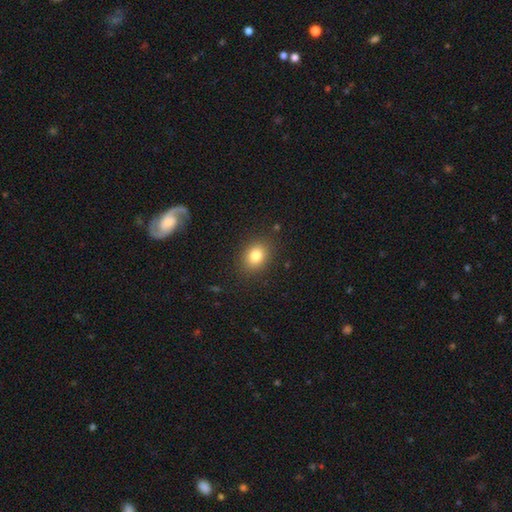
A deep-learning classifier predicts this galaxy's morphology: Smooth or featured?
  - smooth: 81% *
  - star or artifact: 11%
  - featured or disk: 8%
How rounded?
  - in between: 53% *
  - round: 46%
  - cigar-shaped: 1%
Merging?
  - none: 87% *
  - minor disturbance: 9%
  - major disturbance: 3%
  - merger: 1%